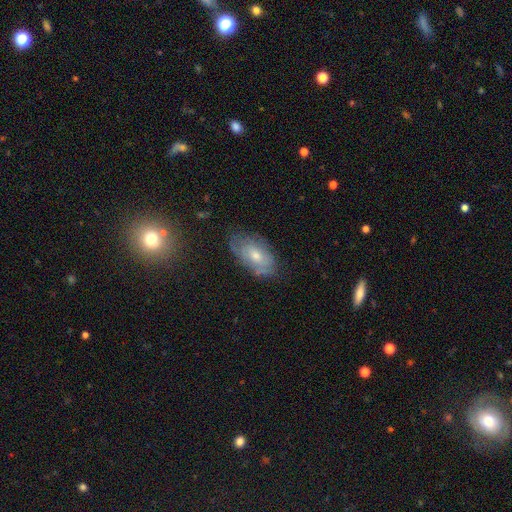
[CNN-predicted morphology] type=featured or disk (47%); merging=none (62%).